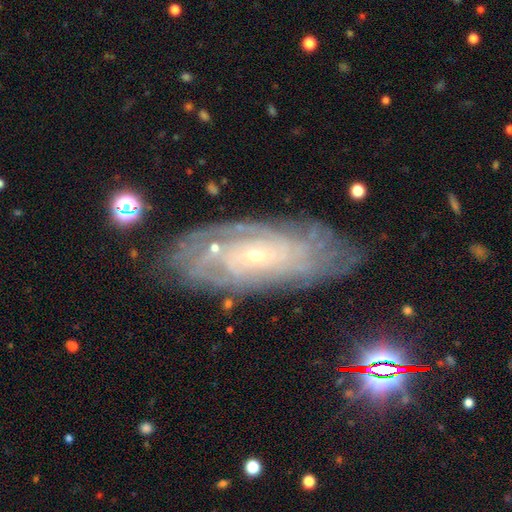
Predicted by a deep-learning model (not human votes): The model was most divided on "spiral arm count": can't tell: 49%, 4: 13%, more than 4: 12%, 2: 11%, 3: 10%, 1: 5%. More confident: spiral arms — yes (94%); edge-on disk — no (90%); bulge size — small (83%); smooth or featured — featured or disk (81%); merging — none (77%); spiral winding — tight (76%); bar — no (71%).